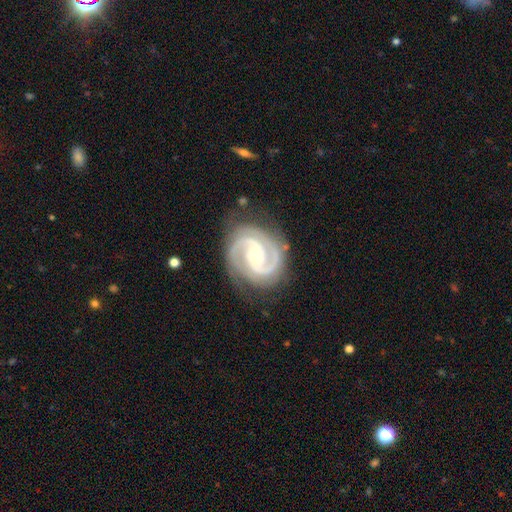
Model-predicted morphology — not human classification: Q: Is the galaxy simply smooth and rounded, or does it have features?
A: featured or disk — 94%.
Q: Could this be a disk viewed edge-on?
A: no — 98%.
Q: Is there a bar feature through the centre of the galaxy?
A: no — 47%.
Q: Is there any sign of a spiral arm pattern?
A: yes — 99%.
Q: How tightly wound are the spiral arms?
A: tight — 59%.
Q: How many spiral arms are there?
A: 2 — 86%.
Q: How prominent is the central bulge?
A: small — 51%.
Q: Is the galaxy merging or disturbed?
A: none — 81%.